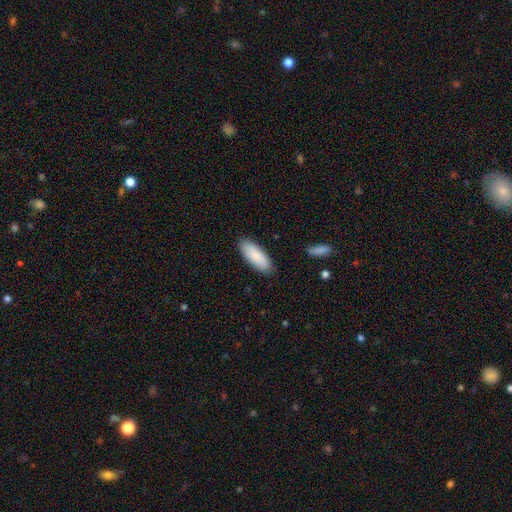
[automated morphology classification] smooth_or_featured: smooth (p=0.88) [alt: featured or disk p=0.07]
how_rounded: in between (p=0.73) [alt: cigar-shaped p=0.25]
merging: none (p=0.88) [alt: minor disturbance p=0.09]